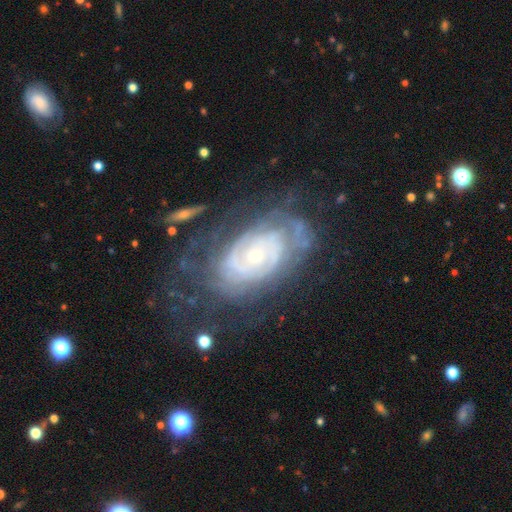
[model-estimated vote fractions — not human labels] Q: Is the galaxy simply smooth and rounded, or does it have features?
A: featured or disk — 83%.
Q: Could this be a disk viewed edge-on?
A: no — 95%.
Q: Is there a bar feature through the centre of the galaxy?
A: no — 76%.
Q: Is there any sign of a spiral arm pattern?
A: yes — 88%.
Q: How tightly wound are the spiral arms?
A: tight — 76%.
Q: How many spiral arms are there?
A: can't tell — 49%.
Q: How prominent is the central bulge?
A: small — 65%.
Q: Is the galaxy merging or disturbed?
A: none — 60%.